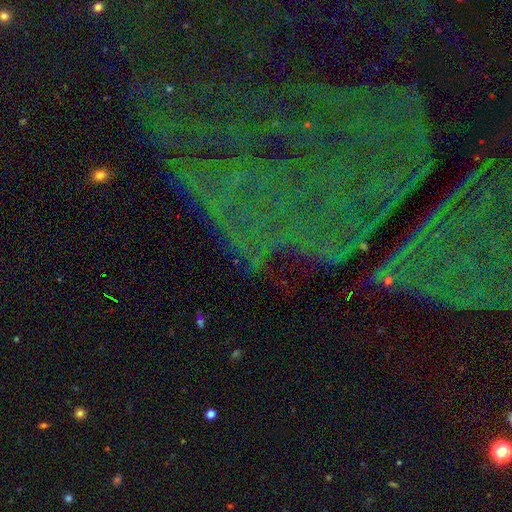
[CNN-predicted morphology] The model was most divided on "smooth or featured": star or artifact: 74%, featured or disk: 14%, smooth: 12%.